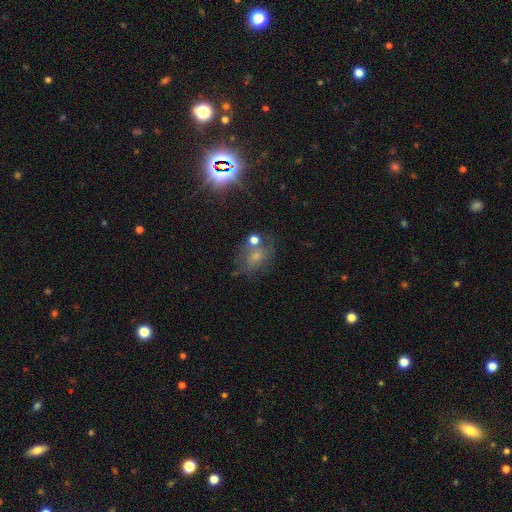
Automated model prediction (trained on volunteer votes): This is possibly a smooth galaxy (48%). Merging: possibly none (49%).